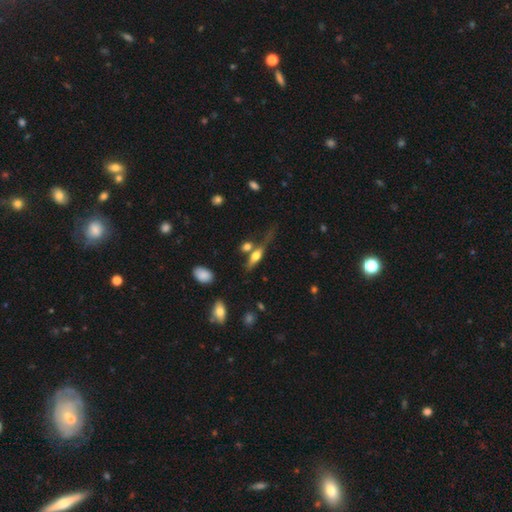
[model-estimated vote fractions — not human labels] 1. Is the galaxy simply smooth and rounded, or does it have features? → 46% smooth, 44% featured or disk, 10% star or artifact.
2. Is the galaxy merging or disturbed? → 46% none, 23% merger, 18% minor disturbance, 13% major disturbance.